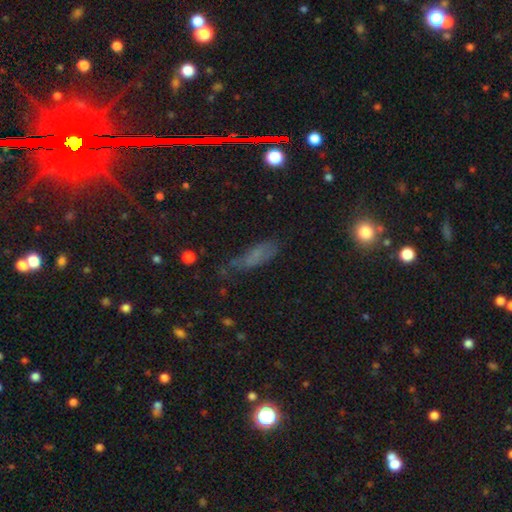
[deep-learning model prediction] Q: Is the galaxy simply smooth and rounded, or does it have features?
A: smooth — 52%.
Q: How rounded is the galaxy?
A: in between — 53%.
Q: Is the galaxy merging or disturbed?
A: none — 52%.